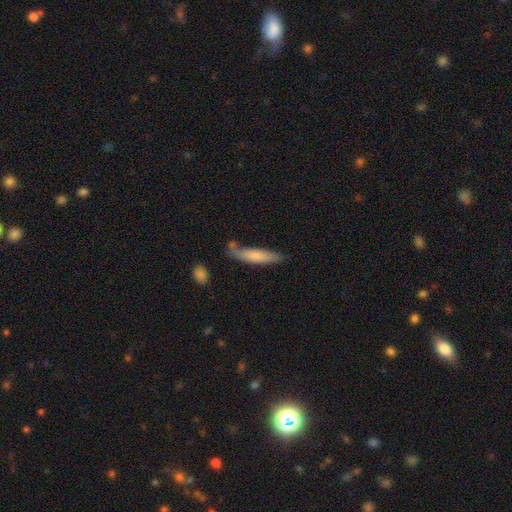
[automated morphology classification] A smooth galaxy with no disk features (73%) that is cigar-shaped (77%). Merging: none (58%).